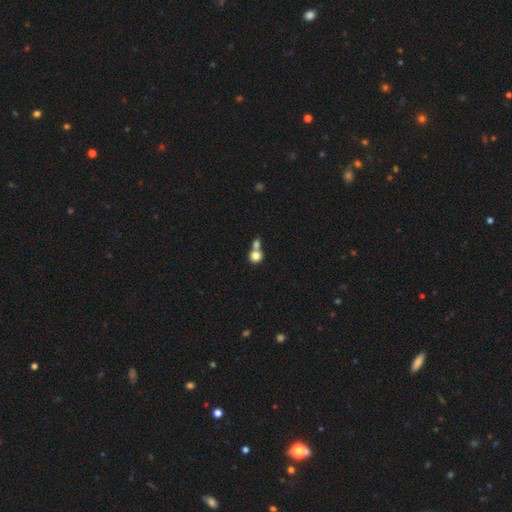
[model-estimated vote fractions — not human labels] smooth_or_featured: smooth (p=0.81) [alt: star or artifact p=0.10]
how_rounded: round (p=0.83) [alt: in between p=0.15]
merging: merger (p=0.52) [alt: none p=0.38]